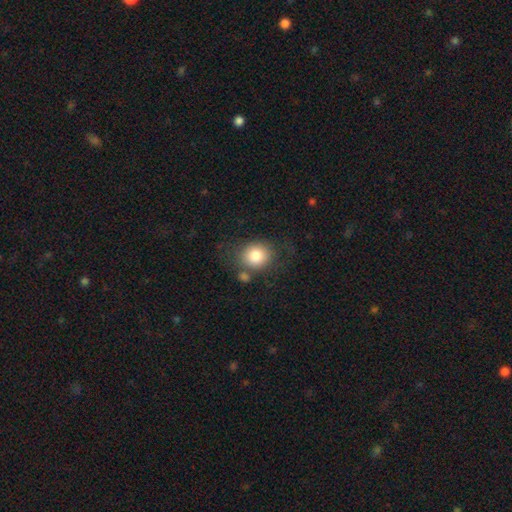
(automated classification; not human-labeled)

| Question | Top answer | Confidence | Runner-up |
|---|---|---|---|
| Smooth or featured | smooth | 81% | featured or disk (10%) |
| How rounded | round | 76% | in between (23%) |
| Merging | none | 68% | minor disturbance (15%) |